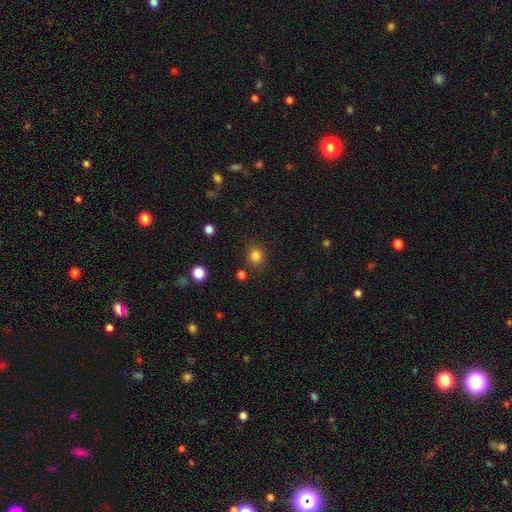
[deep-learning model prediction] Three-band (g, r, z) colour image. It shows a smooth galaxy with no disk features (83%) that is round (84%). Merging: none (85%).